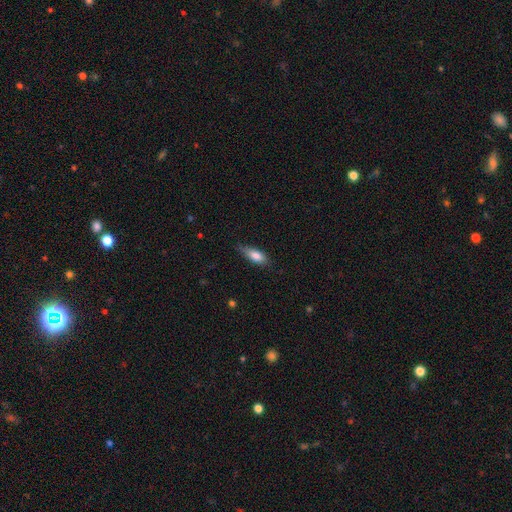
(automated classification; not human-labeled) smooth-or-featured: smooth: 79% | featured or disk: 14% | star or artifact: 7%
  how-rounded: in between: 70% | cigar-shaped: 27% | round: 3%
  merging: none: 67% | minor disturbance: 27% | major disturbance: 5% | merger: 1%